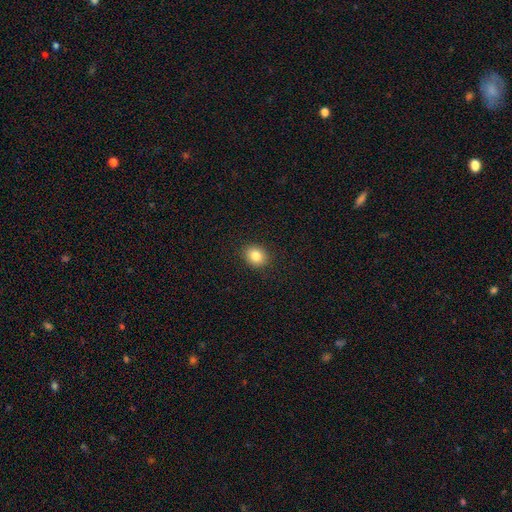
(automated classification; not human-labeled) Smooth or featured: smooth — 83% (star or artifact — 10%)
How rounded: round — 64% (in between — 35%)
Merging: none — 90% (minor disturbance — 7%)